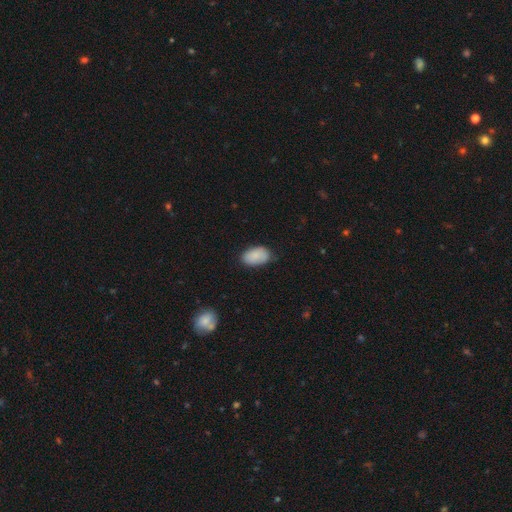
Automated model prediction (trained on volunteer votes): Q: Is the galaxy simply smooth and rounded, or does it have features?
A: smooth — 86%.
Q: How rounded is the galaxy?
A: in between — 92%.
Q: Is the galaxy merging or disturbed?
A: none — 72%.